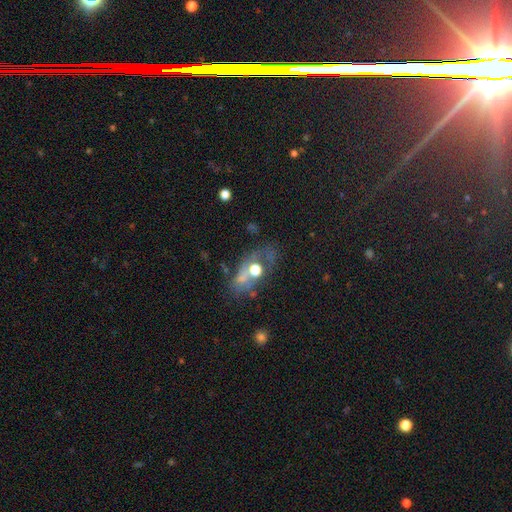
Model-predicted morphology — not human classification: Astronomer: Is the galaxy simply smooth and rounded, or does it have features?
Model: featured or disk — 43% (runner-up: smooth, 29%).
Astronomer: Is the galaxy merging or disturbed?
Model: none — 63%.